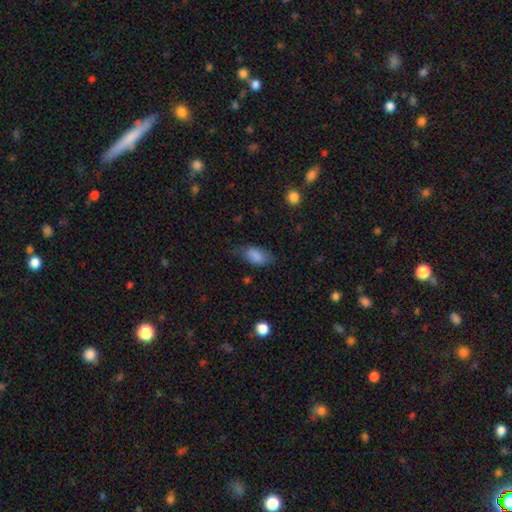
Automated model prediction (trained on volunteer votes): smooth_or_featured: smooth (p=0.83) [alt: featured or disk p=0.09]
how_rounded: in between (p=0.90) [alt: round p=0.05]
merging: none (p=0.59) [alt: minor disturbance p=0.29]